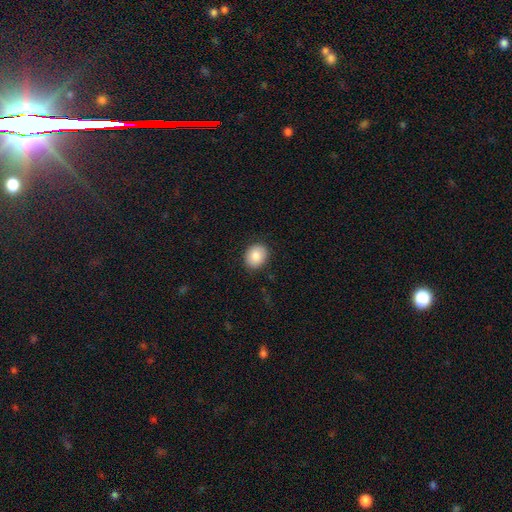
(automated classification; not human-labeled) A smooth galaxy with no disk features (84%) that is round (53%). Merging: none (88%).